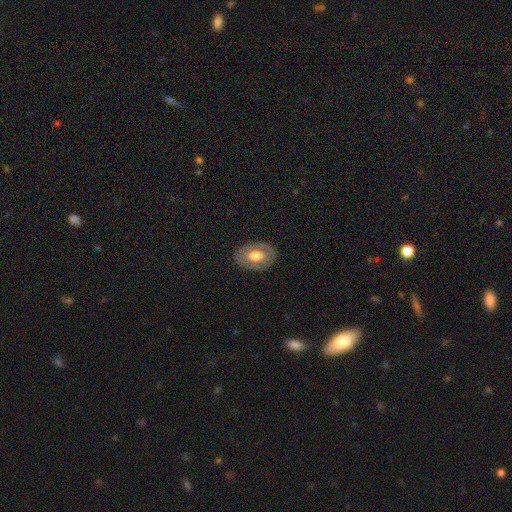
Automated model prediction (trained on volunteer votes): Smooth or featured? Predicted: featured or disk (p=0.47, tied with smooth). Merging? Predicted: none (p=0.83).